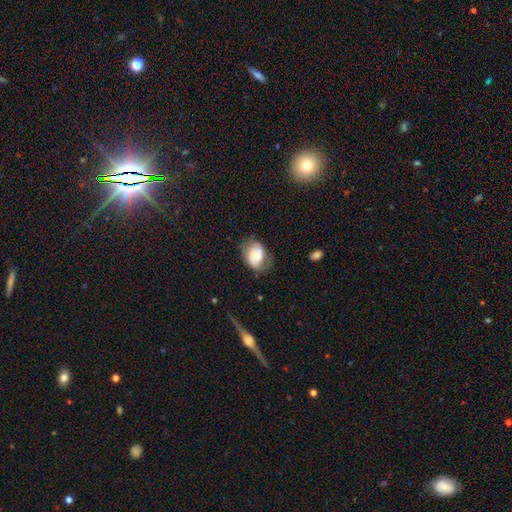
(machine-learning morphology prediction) Q: Smooth or featured?
A: smooth (48%); runner-up: featured or disk (44%)
Q: Merging?
A: none (57%); runner-up: minor disturbance (29%)